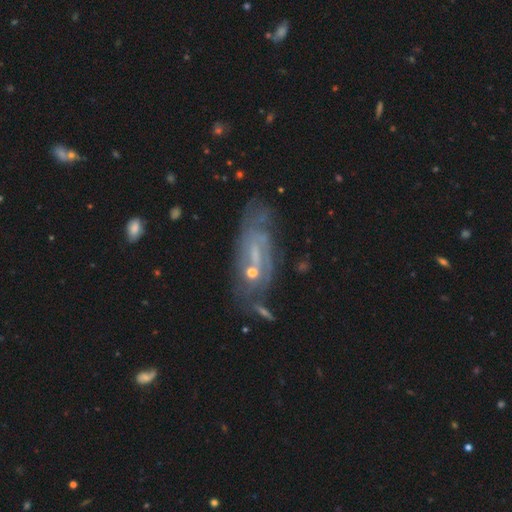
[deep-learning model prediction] Q: Smooth or featured?
A: featured or disk (70%); runner-up: smooth (19%)
Q: Edge-on disk?
A: no (84%); runner-up: yes (16%)
Q: Bar?
A: no (48%); runner-up: weak (41%)
Q: Spiral arms?
A: yes (72%); runner-up: no (28%)
Q: Bulge size?
A: small (58%); runner-up: moderate (26%)
Q: Merging?
A: none (59%); runner-up: minor disturbance (20%)